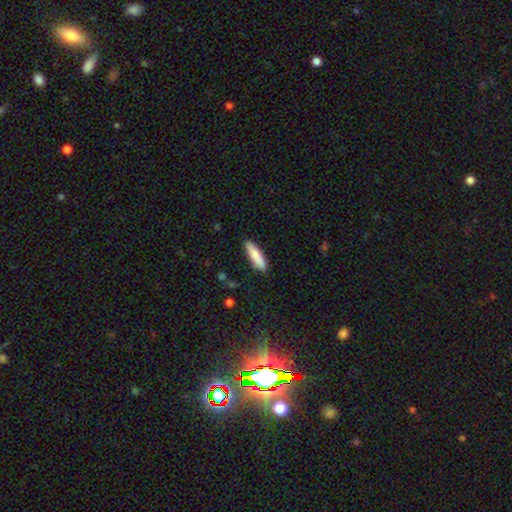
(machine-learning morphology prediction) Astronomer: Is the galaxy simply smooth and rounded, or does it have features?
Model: smooth — 84%.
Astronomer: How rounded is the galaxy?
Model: cigar-shaped — 70%.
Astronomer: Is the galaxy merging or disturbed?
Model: none — 86%.